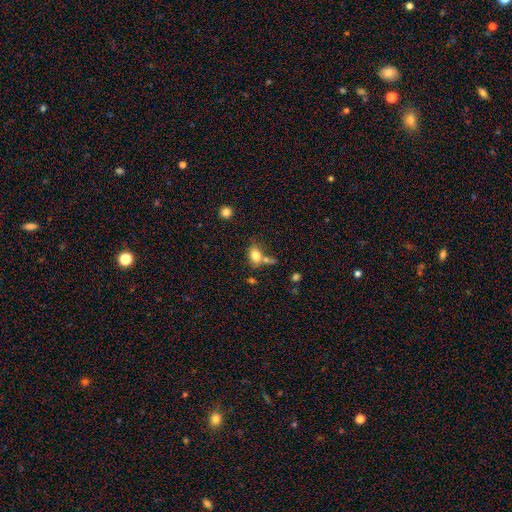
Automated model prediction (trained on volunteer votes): smooth-or-featured: smooth: 80% | star or artifact: 10% | featured or disk: 10%
  how-rounded: in between: 74% | round: 25% | cigar-shaped: 2%
  merging: none: 53% | merger: 24% | minor disturbance: 17% | major disturbance: 6%